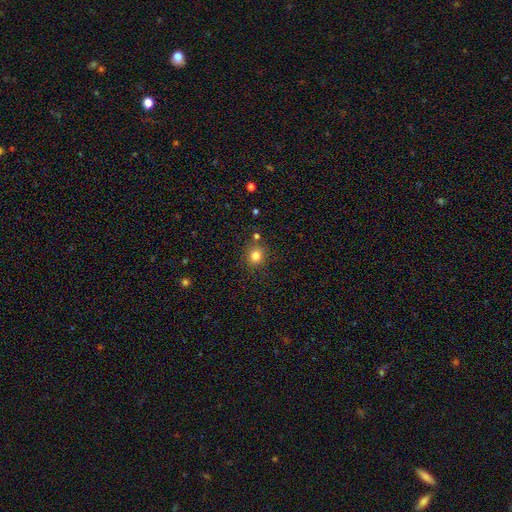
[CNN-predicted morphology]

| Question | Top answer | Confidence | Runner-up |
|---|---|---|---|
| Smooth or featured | smooth | 80% | star or artifact (13%) |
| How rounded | round | 85% | in between (14%) |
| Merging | none | 83% | minor disturbance (9%) |